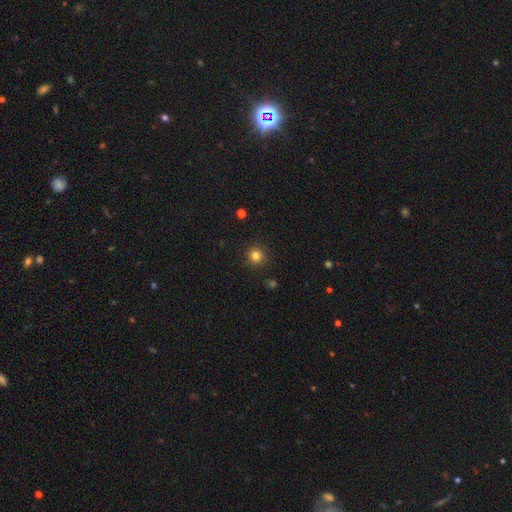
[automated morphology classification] The model was most divided on "smooth or featured": smooth: 82%, star or artifact: 13%, featured or disk: 5%. More confident: how rounded — round (94%); merging — none (91%).